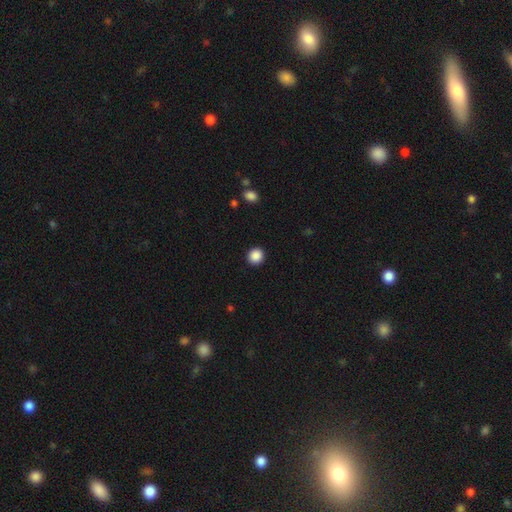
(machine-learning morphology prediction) Smooth or featured? smooth (88%)
How rounded? round (91%)
Merging? none (92%)